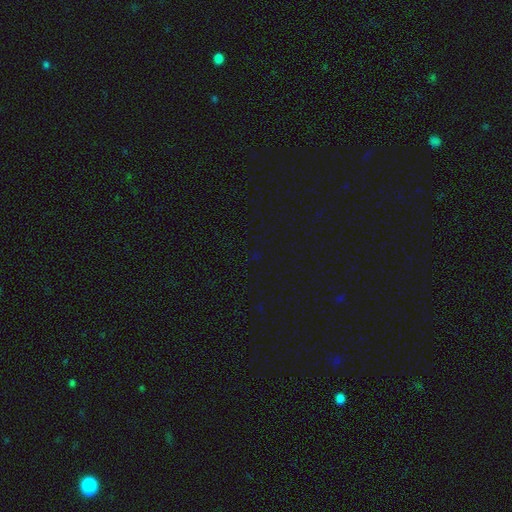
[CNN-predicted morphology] A star or artifact, not a galaxy (76%).

Vote fractions:
- Smooth or featured? star or artifact: 76% / smooth: 18% / featured or disk: 6%